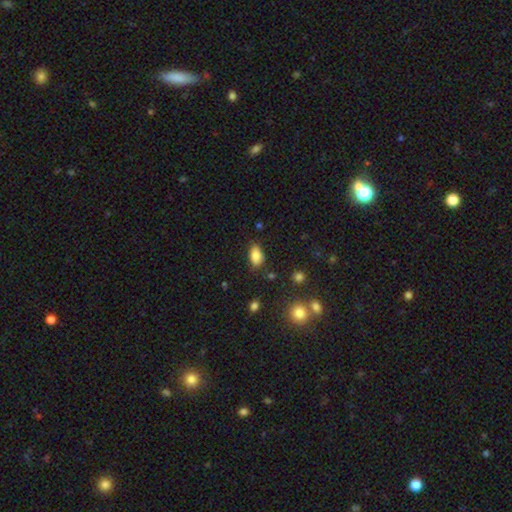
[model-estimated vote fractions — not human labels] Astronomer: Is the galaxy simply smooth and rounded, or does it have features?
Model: smooth — 85%.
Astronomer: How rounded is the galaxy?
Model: in between — 90%.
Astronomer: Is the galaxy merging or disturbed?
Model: none — 75%.